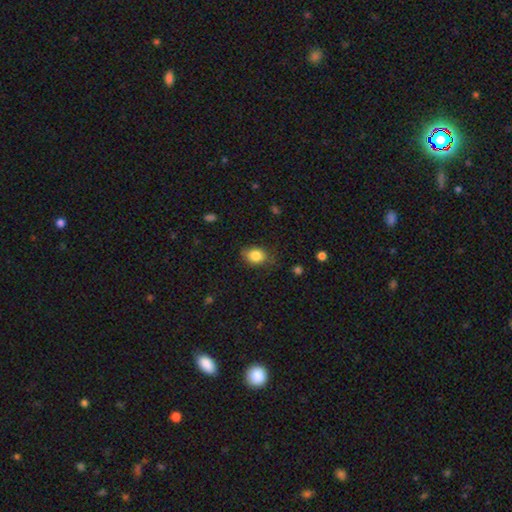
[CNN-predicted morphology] This appears to be a smooth galaxy with no disk features (84%) that is in between round and cigar-shaped (64%). Merging: none (73%).